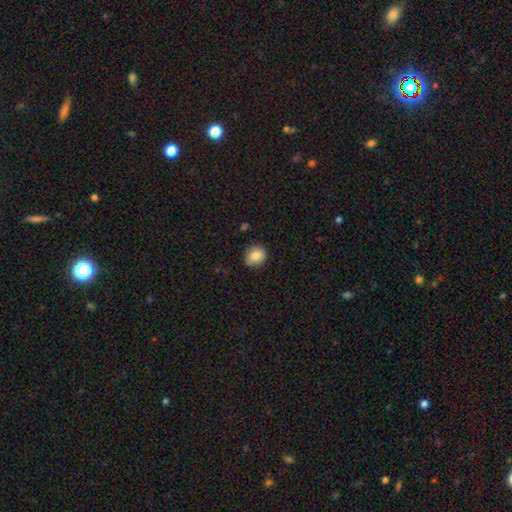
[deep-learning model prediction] Overall: smooth (84%). How rounded: round (74%). Merging: none (81%).